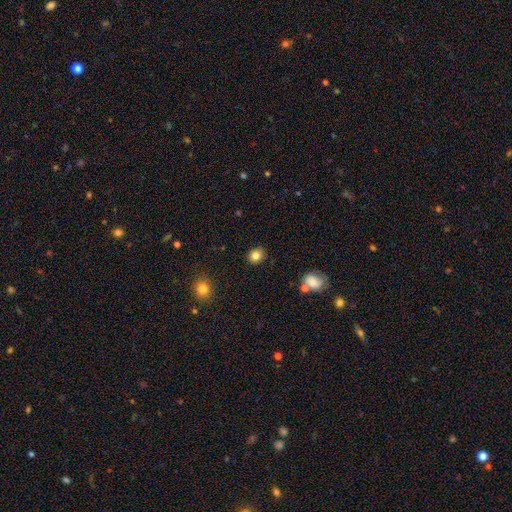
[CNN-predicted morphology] smooth 83%, star or artifact 11%, featured or disk 6%. Down the decision tree: how rounded — round (74%); merging — none (88%).